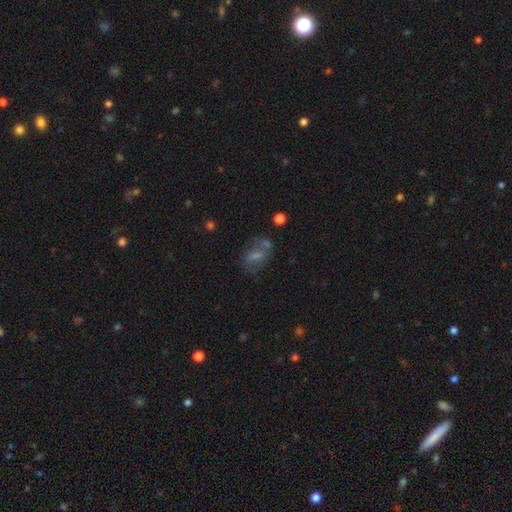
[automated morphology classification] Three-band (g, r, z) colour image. It shows a featured or disk galaxy (39%). Merging: none (59%).